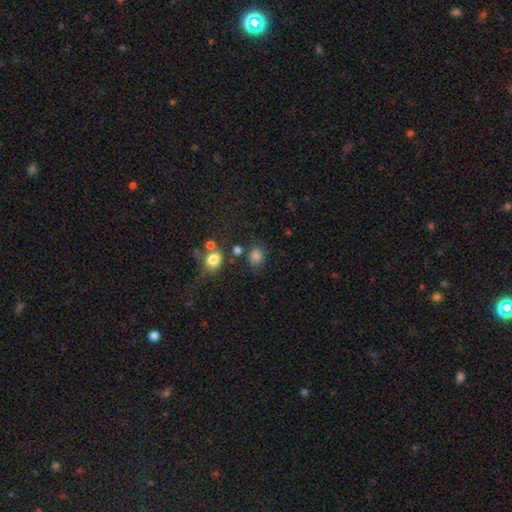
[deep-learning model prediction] A smooth galaxy with no disk features (80%) that is round (62%).

Vote fractions:
- Smooth or featured? smooth: 80% / star or artifact: 15% / featured or disk: 5%
- How rounded? round: 62% / in between: 37% / cigar-shaped: 1%
- Merging? none: 73% / minor disturbance: 14% / merger: 8% / major disturbance: 5%